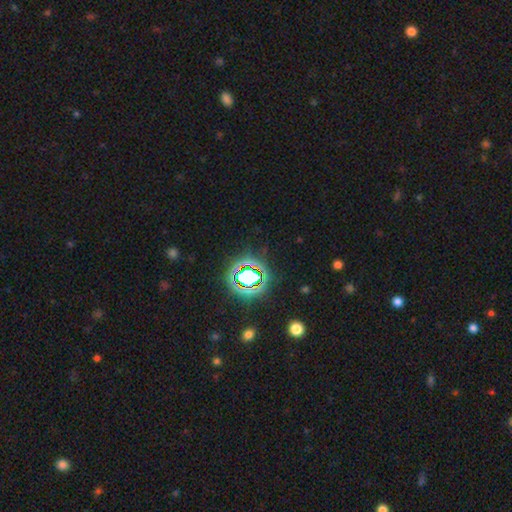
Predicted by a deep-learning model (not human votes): Overall: star or artifact (80%).